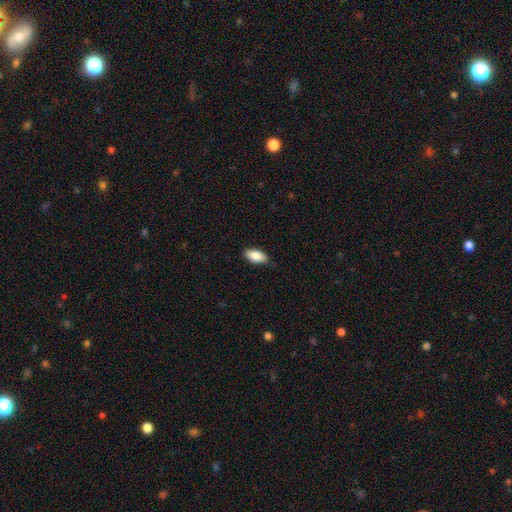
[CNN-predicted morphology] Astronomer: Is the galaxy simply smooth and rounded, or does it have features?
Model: smooth — 86%.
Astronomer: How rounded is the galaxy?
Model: in between — 90%.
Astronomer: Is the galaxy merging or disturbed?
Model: none — 86%.